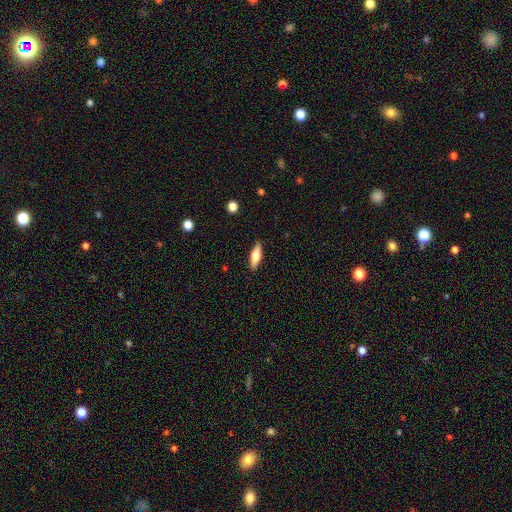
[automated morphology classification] Smooth or featured?
  - smooth: 60% *
  - featured or disk: 34%
  - star or artifact: 6%
How rounded?
  - in between: 52% *
  - cigar-shaped: 46%
  - round: 2%
Merging?
  - none: 88% *
  - minor disturbance: 9%
  - major disturbance: 2%
  - merger: 1%